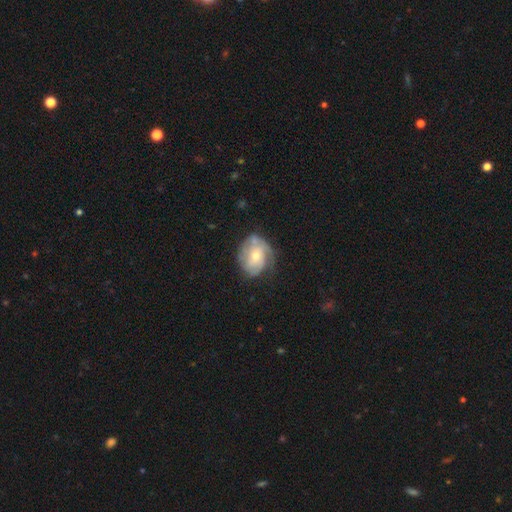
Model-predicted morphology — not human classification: Smooth or featured: featured or disk — 65% (smooth — 28%)
Edge-on disk: no — 97% (yes — 3%)
Bar: no — 74% (weak — 21%)
Spiral arms: yes — 82% (no — 18%)
Spiral winding: tight — 54% (medium — 32%)
Spiral arm count: can't tell — 37% (2 — 27%)
Bulge size: moderate — 54% (small — 42%)
Merging: none — 57% (minor disturbance — 28%)